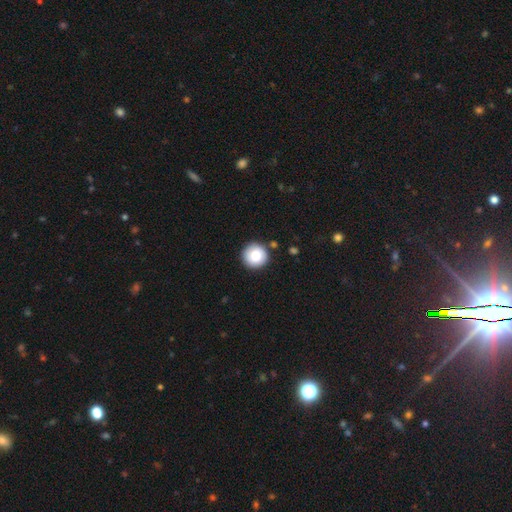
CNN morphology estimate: smooth_or_featured: smooth (p=0.78) [alt: featured or disk p=0.13]
how_rounded: round (p=0.96) [alt: in between p=0.03]
merging: none (p=0.88) [alt: minor disturbance p=0.07]